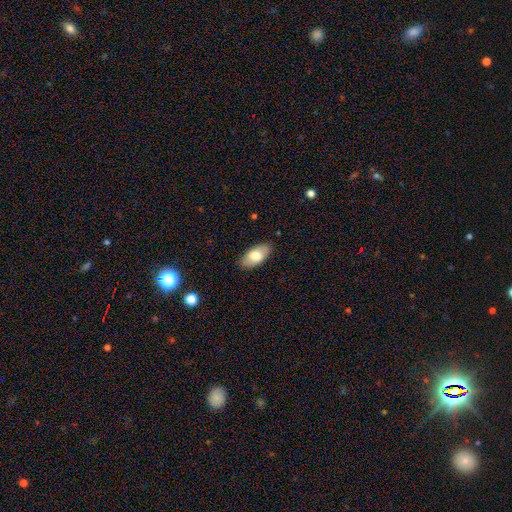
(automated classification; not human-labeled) The model was most divided on "smooth or featured": smooth: 74%, featured or disk: 19%, star or artifact: 6%. More confident: how rounded — in between (93%); merging — none (86%).